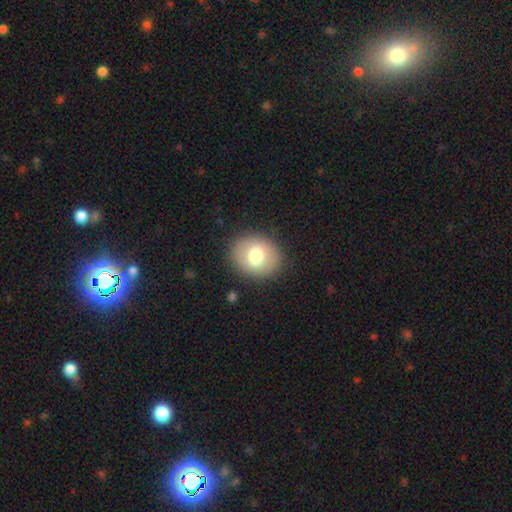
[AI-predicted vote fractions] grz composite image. It shows a smooth galaxy with no disk features (74%) that is round (62%). Merging: none (87%).